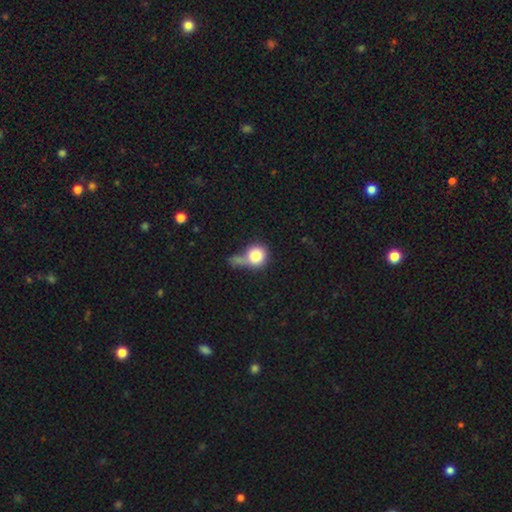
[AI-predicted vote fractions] Smooth or featured? Predicted: smooth (p=0.80). How rounded? Predicted: round (p=0.87). Merging? Predicted: none (p=0.33).